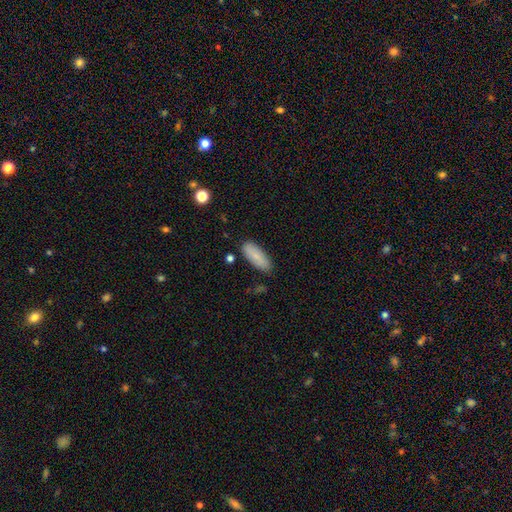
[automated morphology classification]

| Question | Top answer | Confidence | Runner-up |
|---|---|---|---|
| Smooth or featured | smooth | 81% | featured or disk (13%) |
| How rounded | in between | 75% | cigar-shaped (23%) |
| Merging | none | 82% | minor disturbance (13%) |